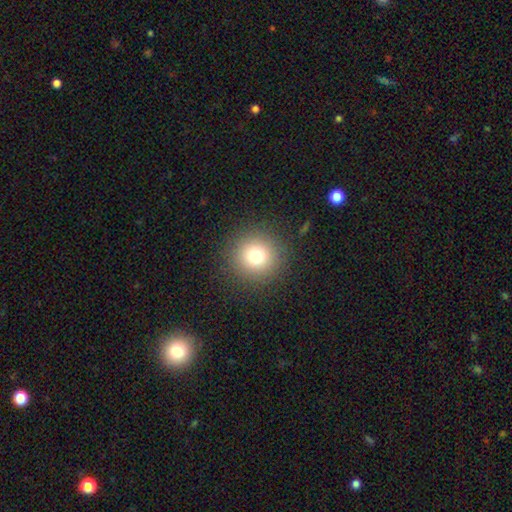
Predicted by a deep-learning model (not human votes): A smooth galaxy with no disk features (75%) that is round (95%).

Vote fractions:
- Smooth or featured? smooth: 75% / star or artifact: 14% / featured or disk: 10%
- How rounded? round: 95% / in between: 4% / cigar-shaped: 1%
- Merging? none: 90% / minor disturbance: 6% / major disturbance: 3% / merger: 1%